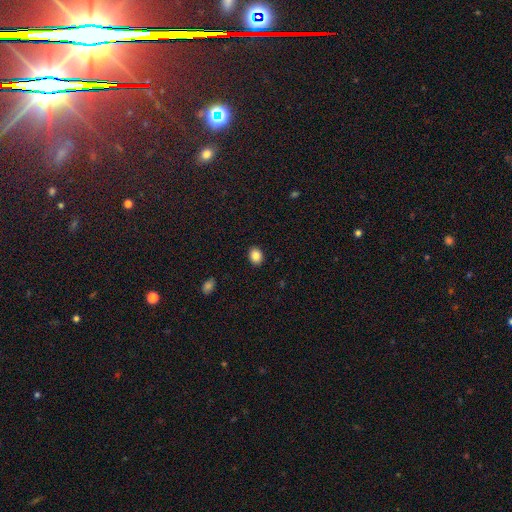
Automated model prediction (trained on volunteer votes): Smooth or featured? smooth (86%)
How rounded? in between (62%)
Merging? none (90%)